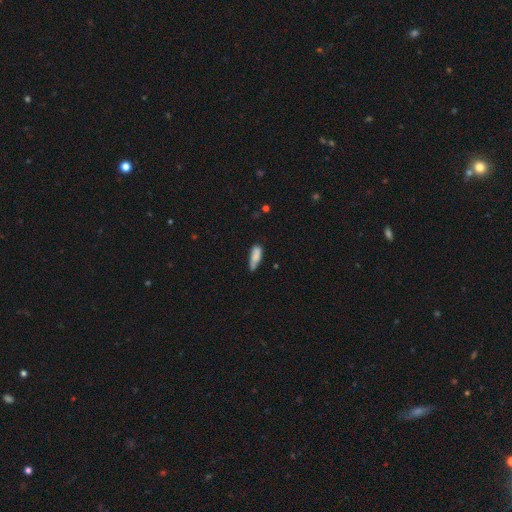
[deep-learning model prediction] A smooth galaxy with no disk features (75%) that is in between round and cigar-shaped (55%). Merging: none (49%).